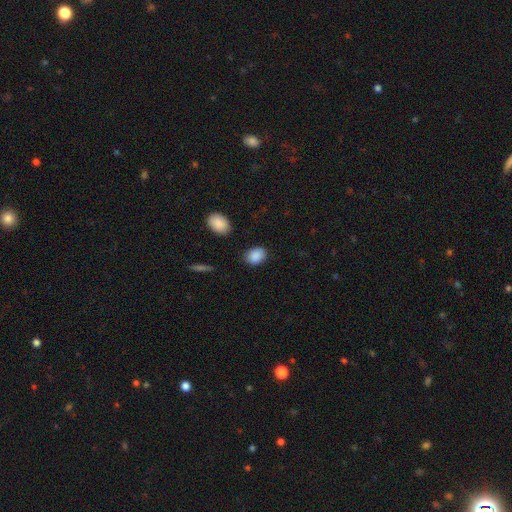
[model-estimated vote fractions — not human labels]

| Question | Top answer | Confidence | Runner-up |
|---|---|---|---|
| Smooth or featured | smooth | 89% | star or artifact (7%) |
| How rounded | in between | 72% | round (26%) |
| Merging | none | 83% | minor disturbance (11%) |